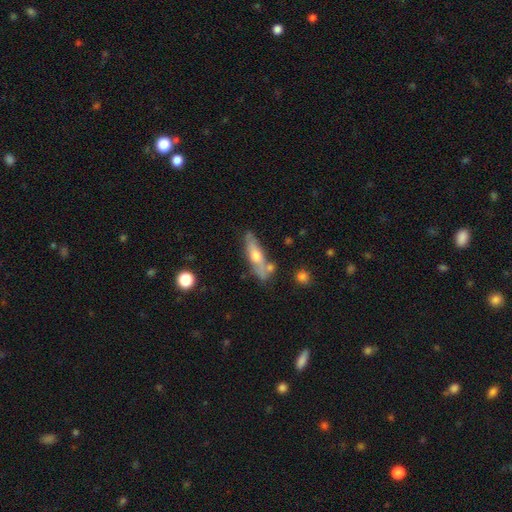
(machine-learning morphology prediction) Smooth or featured? featured or disk (48%)
Merging? none (65%)